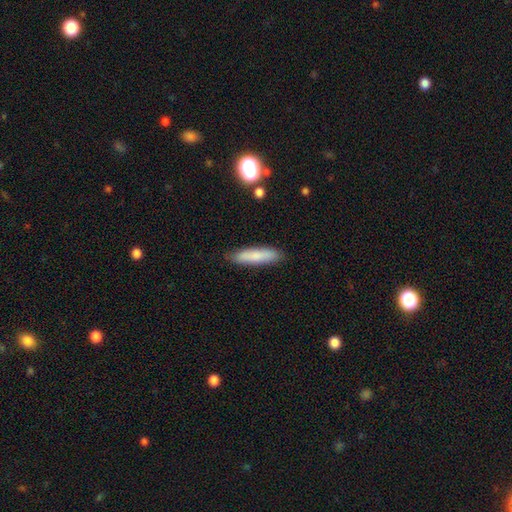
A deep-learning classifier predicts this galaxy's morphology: A smooth galaxy with no disk features (79%) that is cigar-shaped (80%). Merging: none (86%).